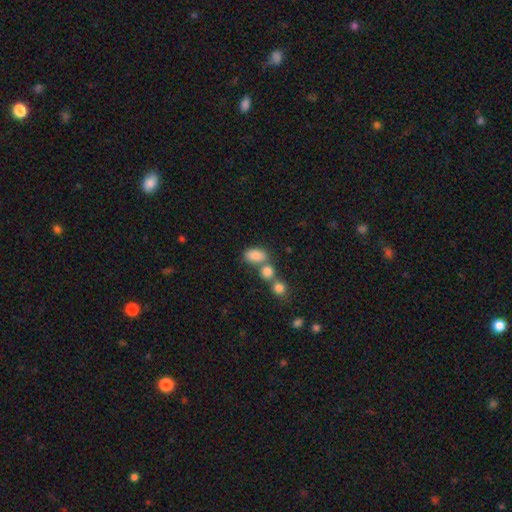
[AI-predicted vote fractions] Morphology: type=smooth (83%); roundness=in between (86%); merging=none (45%).